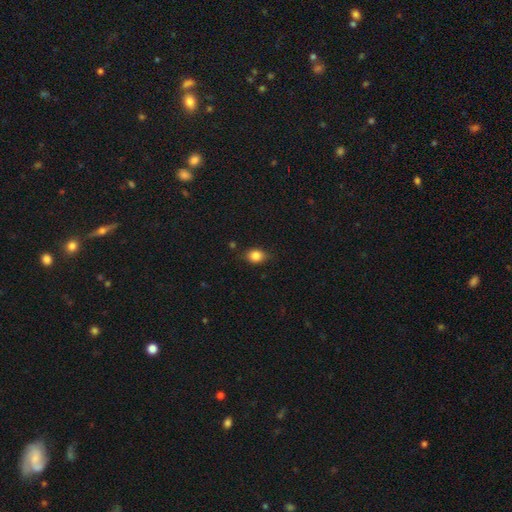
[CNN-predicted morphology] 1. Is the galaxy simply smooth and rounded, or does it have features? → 83% smooth, 10% star or artifact, 7% featured or disk.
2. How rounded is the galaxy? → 50% in between, 49% round, 2% cigar-shaped.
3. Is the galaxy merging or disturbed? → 75% none, 19% minor disturbance, 4% major disturbance, 2% merger.